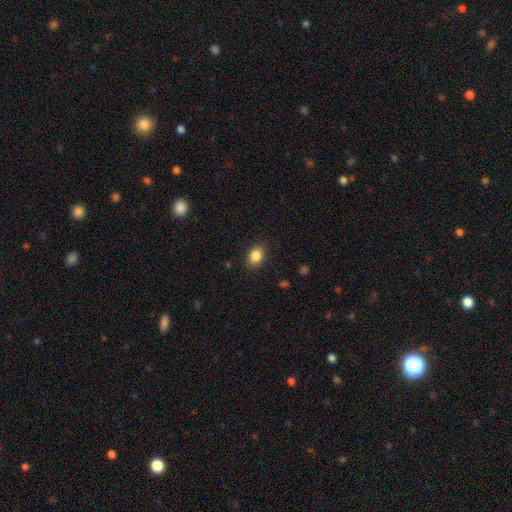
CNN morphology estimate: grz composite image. It shows a smooth galaxy with no disk features (86%) that is in between round and cigar-shaped (74%). Merging: none (87%).